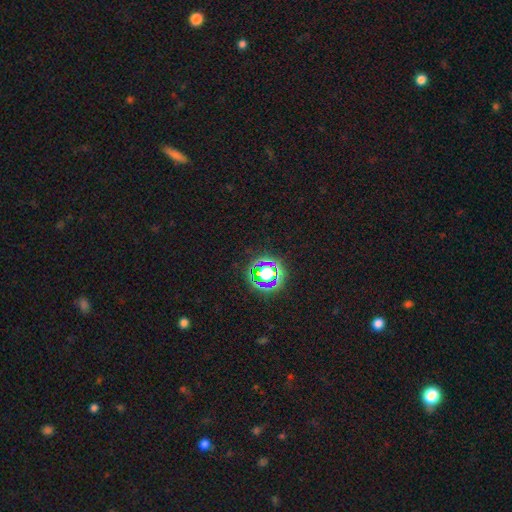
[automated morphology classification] Smooth or featured: star or artifact — 78% (smooth — 16%)